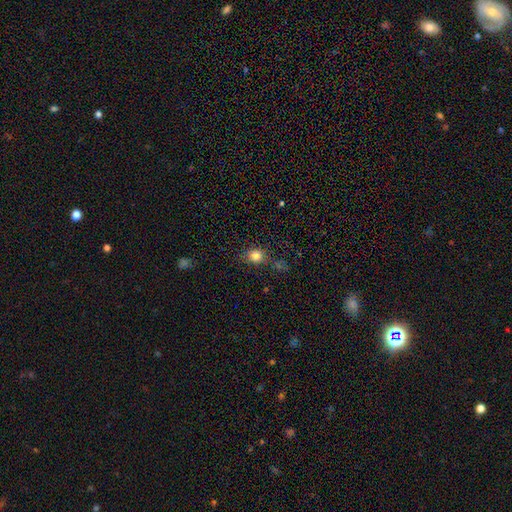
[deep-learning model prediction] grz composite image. It shows a smooth galaxy with no disk features (80%) that is round (74%). Merging: none (77%).